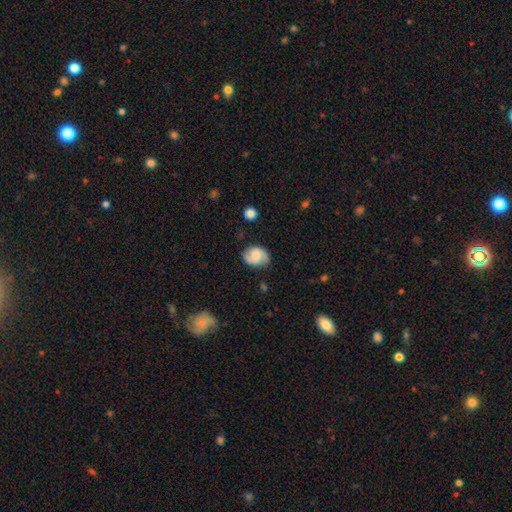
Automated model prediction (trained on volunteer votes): A featured or disk galaxy (65%) with no bar (59%), 2 (88%) medium (48%) spiral arms (95%) and a moderate central bulge (36%).

Vote fractions:
- Smooth or featured? featured or disk: 65% / smooth: 28% / star or artifact: 7%
- Edge-on disk? no: 98% / yes: 2%
- Bar? no: 59% / weak: 35% / strong: 6%
- Spiral arms? yes: 95% / no: 5%
- Spiral winding? medium: 48% / tight: 32% / loose: 20%
- Spiral arm count? 2: 88% / can't tell: 6% / 1: 2% / 3: 2% / 4: 1% / more than 4: 1%
- Bulge size? moderate: 36% / small: 35% / none: 19% / large: 8% / dominant: 2%
- Merging? none: 78% / minor disturbance: 16% / major disturbance: 4% / merger: 2%